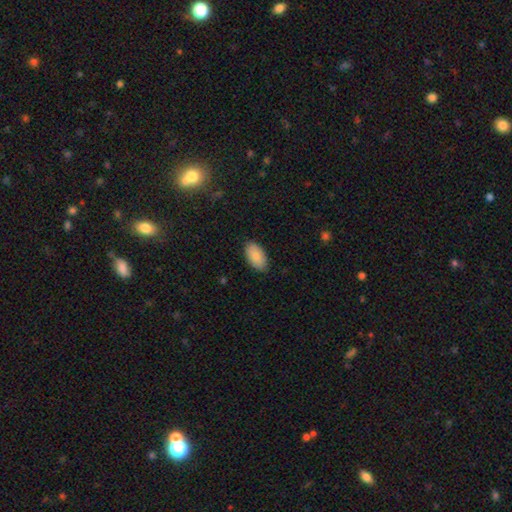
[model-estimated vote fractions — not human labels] A smooth galaxy with no disk features (84%) that is in between round and cigar-shaped (95%). Merging: none (86%).